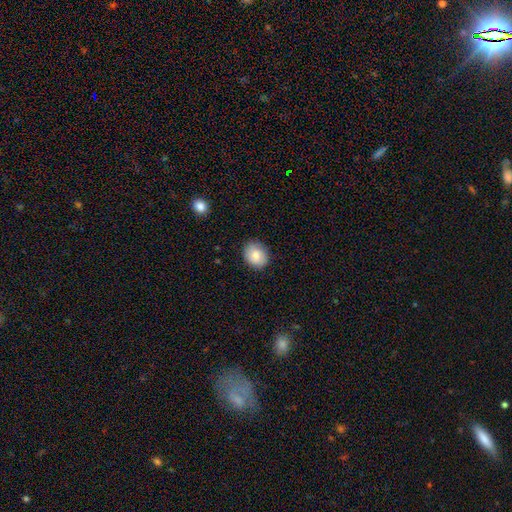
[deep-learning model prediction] smooth-or-featured: smooth: 83% | featured or disk: 9% | star or artifact: 8%
  how-rounded: round: 56% | in between: 44% | cigar-shaped: 1%
  merging: none: 85% | minor disturbance: 11% | major disturbance: 2% | merger: 1%